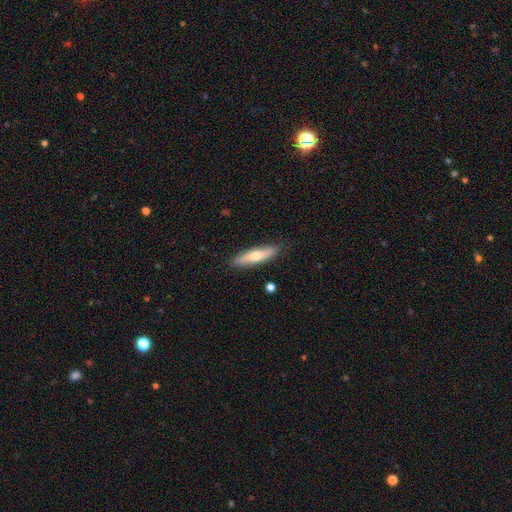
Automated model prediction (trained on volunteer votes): Overall: smooth (64%; featured or disk 30%). How rounded: cigar-shaped (78%). Merging: none (85%).